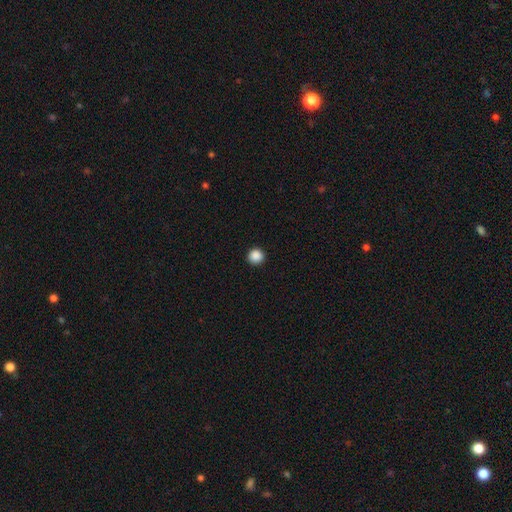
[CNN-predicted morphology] Smooth or featured: smooth — 88% (star or artifact — 10%)
How rounded: round — 95% (in between — 4%)
Merging: none — 93% (minor disturbance — 4%)